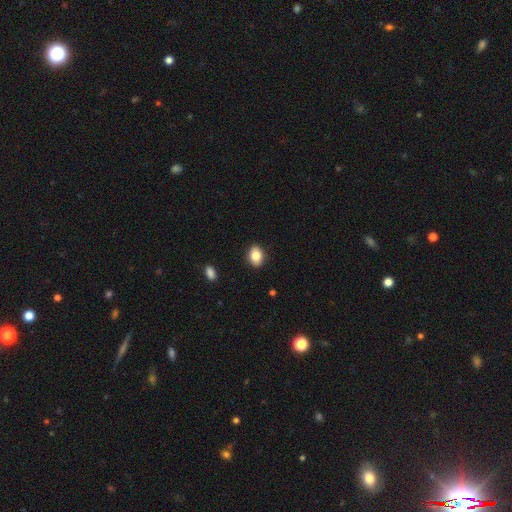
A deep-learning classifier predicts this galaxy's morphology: Smooth or featured: smooth — 84% (star or artifact — 8%)
How rounded: in between — 75% (round — 23%)
Merging: none — 88% (minor disturbance — 9%)